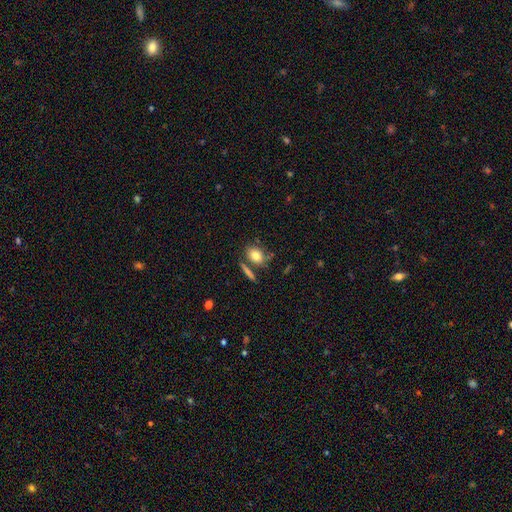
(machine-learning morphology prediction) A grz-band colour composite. It shows a smooth galaxy with no disk features (80%) that is in between round and cigar-shaped (69%). Merging: none (67%).